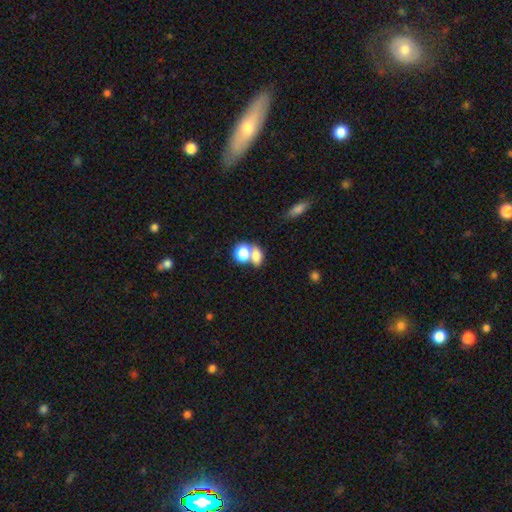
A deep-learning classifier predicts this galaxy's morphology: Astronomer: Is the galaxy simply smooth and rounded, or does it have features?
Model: smooth — 75%.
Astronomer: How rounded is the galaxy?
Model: in between — 62%.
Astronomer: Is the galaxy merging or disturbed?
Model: merger — 53% (runner-up: none, 34%).